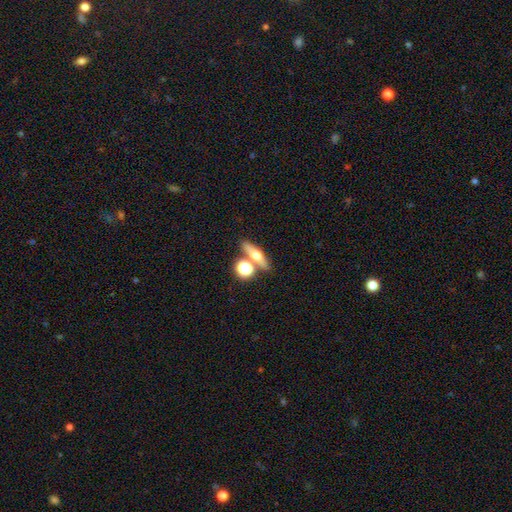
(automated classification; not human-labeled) smooth_or_featured: featured or disk (p=0.49) [alt: smooth p=0.41]
merging: none (p=0.68) [alt: merger p=0.19]